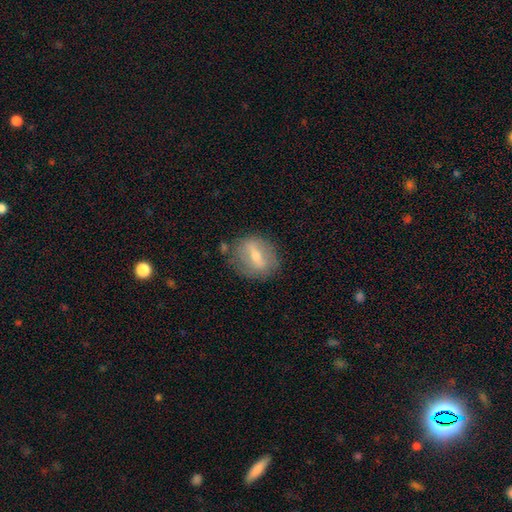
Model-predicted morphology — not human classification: Smooth or featured?
  - featured or disk: 51% *
  - smooth: 41%
  - star or artifact: 8%
Edge-on disk?
  - no: 77% *
  - yes: 23%
Merging?
  - none: 78% *
  - minor disturbance: 14%
  - major disturbance: 5%
  - merger: 3%